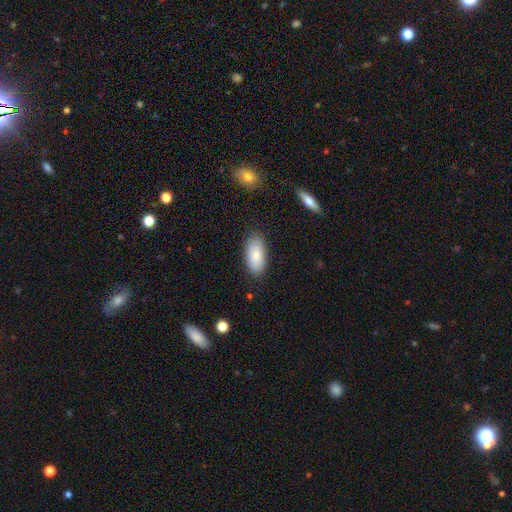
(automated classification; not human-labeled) Smooth or featured: smooth — 83% (featured or disk — 11%)
How rounded: in between — 91% (cigar-shaped — 6%)
Merging: none — 83% (minor disturbance — 13%)